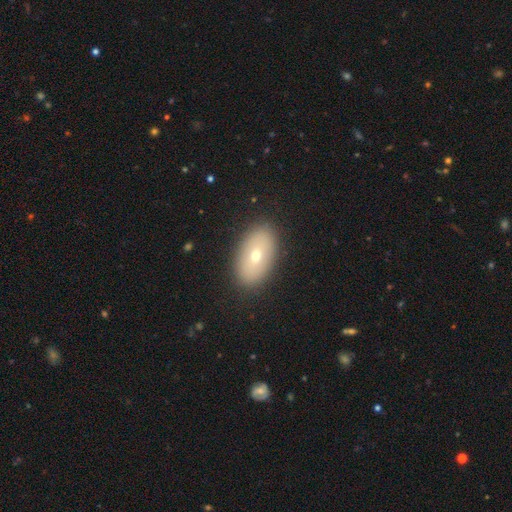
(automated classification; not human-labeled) The model was most divided on "smooth or featured": smooth: 64%, featured or disk: 27%, star or artifact: 9%. More confident: how rounded — in between (92%); merging — none (89%).